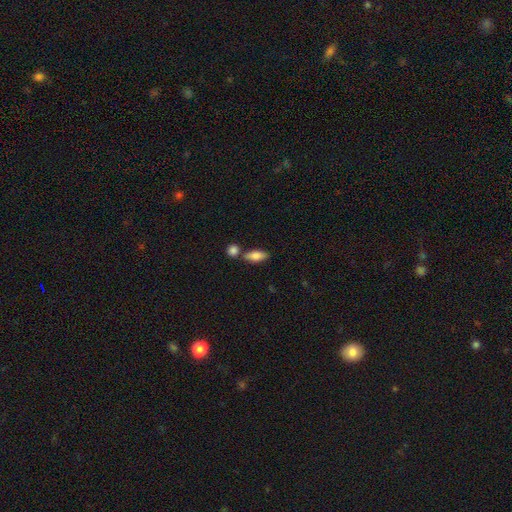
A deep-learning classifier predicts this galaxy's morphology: type=smooth (80%); roundness=in between (76%); merging=none (67%).